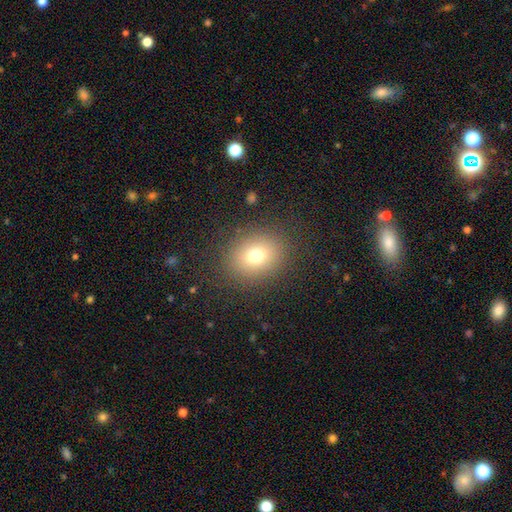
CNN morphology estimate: Smooth or featured: smooth — 76% (star or artifact — 13%)
How rounded: round — 57% (in between — 42%)
Merging: none — 86% (minor disturbance — 8%)